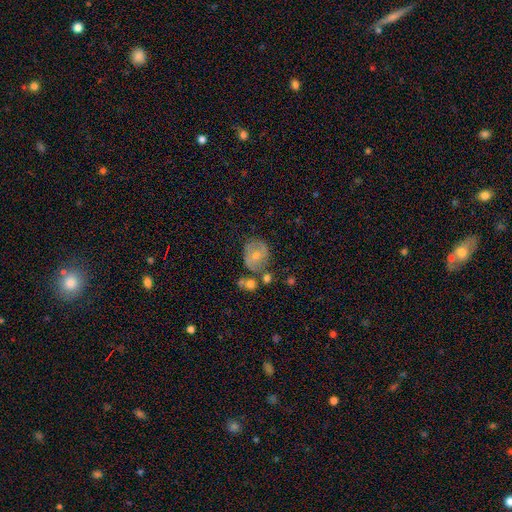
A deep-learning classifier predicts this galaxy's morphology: Smooth or featured? Predicted: featured or disk (p=0.53). Edge-on disk? Predicted: no (p=0.96). Bar? Predicted: no (p=0.74). Spiral arms? Predicted: yes (p=0.50, tied with no). Bulge size? Predicted: moderate (p=0.56). Merging? Predicted: none (p=0.61).